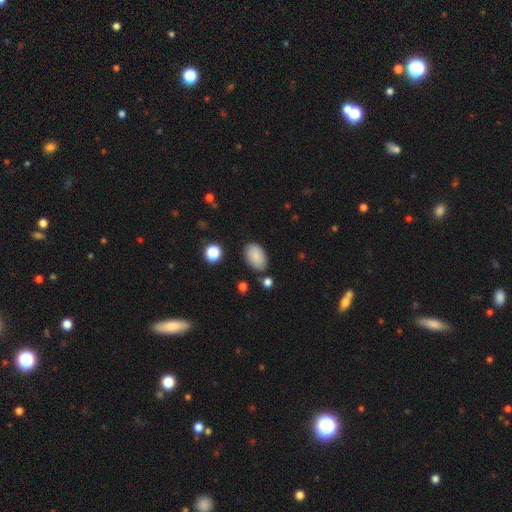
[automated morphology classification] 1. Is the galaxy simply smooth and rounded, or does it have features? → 81% smooth, 11% featured or disk, 8% star or artifact.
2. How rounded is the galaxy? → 91% in between, 7% round, 1% cigar-shaped.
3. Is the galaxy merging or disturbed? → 78% none, 15% minor disturbance, 4% merger, 4% major disturbance.